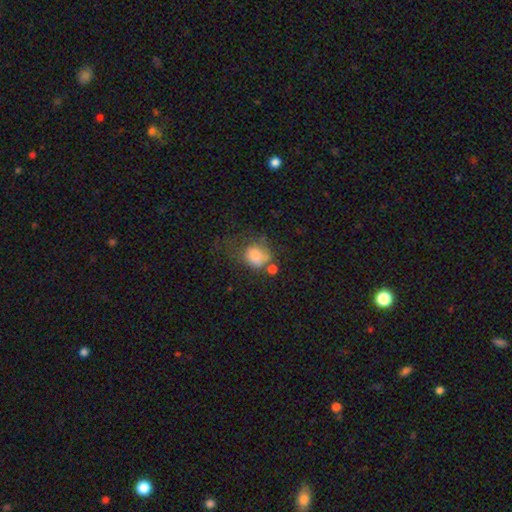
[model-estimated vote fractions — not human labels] A smooth galaxy with no disk features (71%) that is round (64%). Merging: none (35%).